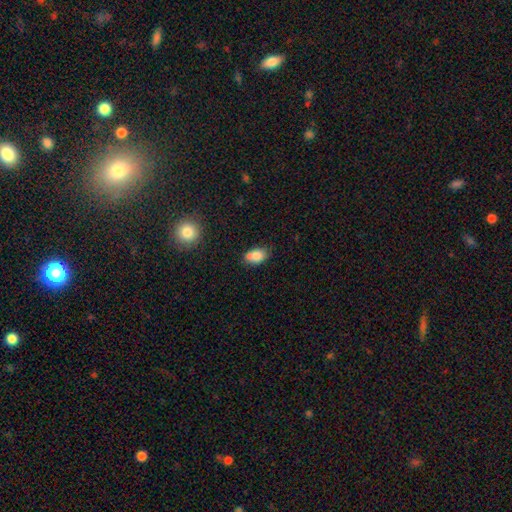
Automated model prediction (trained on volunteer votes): Smooth or featured: smooth — 80% (featured or disk — 11%)
How rounded: in between — 81% (round — 17%)
Merging: none — 51% (merger — 24%)